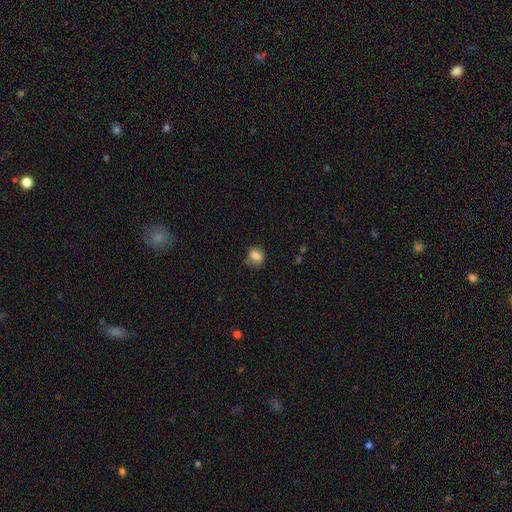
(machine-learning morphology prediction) Smooth or featured? smooth (82%)
How rounded? in between (49%, tied with round)
Merging? none (70%)